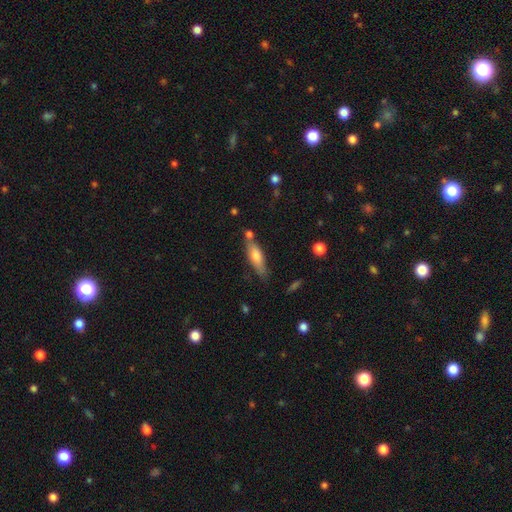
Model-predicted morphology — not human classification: The model was most divided on "how rounded": cigar-shaped: 56%, in between: 42%, round: 2%. More confident: smooth or featured — smooth (66%); merging — none (64%).